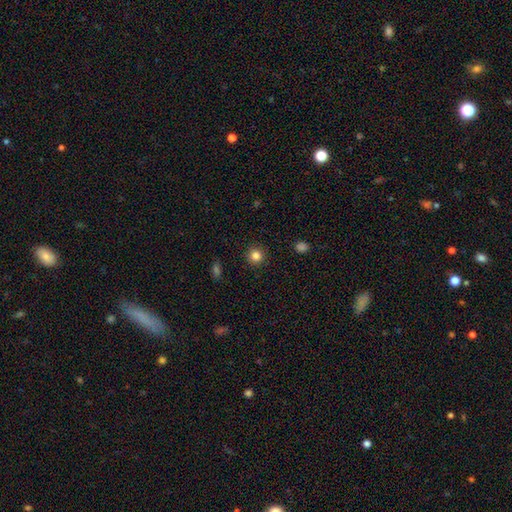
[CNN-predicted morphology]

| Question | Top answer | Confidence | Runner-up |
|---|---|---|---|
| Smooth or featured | smooth | 84% | star or artifact (11%) |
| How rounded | round | 94% | in between (5%) |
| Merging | none | 92% | minor disturbance (5%) |